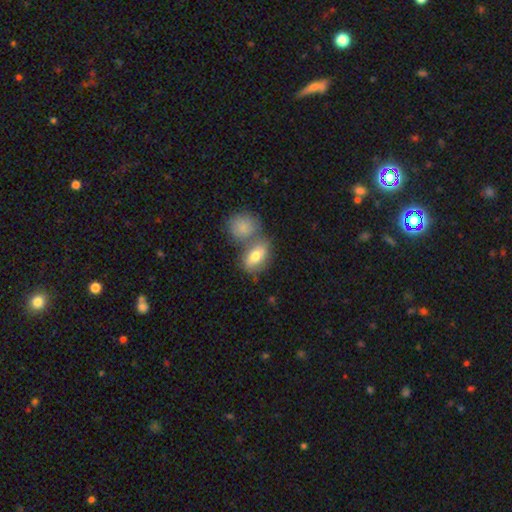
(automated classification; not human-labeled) Smooth or featured? Predicted: smooth (p=0.72). How rounded? Predicted: in between (p=0.81). Merging? Predicted: none (p=0.43).